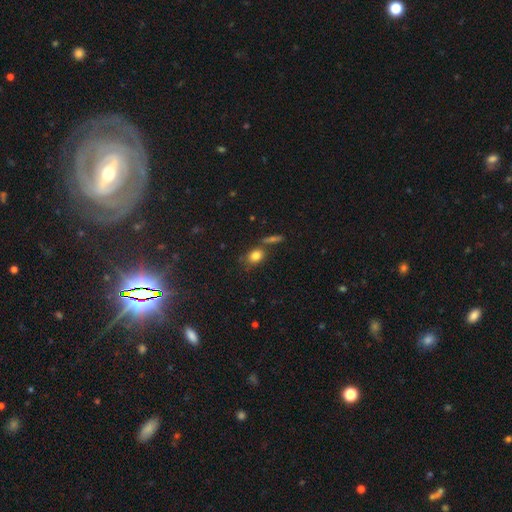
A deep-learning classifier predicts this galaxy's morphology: Smooth or featured? Predicted: smooth (p=0.81). How rounded? Predicted: in between (p=0.57). Merging? Predicted: none (p=0.66).